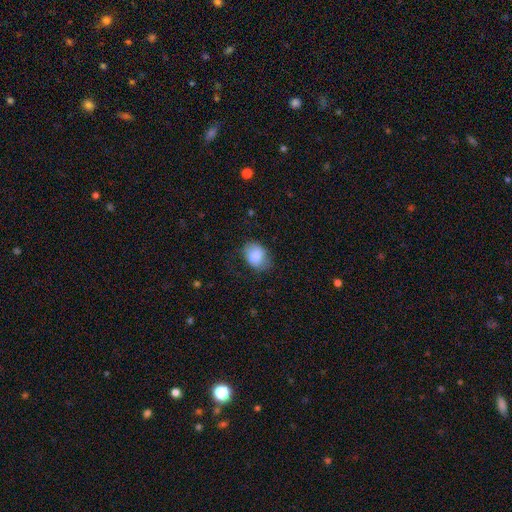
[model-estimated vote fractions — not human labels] Smooth or featured?
  - smooth: 80% *
  - featured or disk: 12%
  - star or artifact: 7%
How rounded?
  - in between: 72% *
  - round: 27%
  - cigar-shaped: 1%
Merging?
  - none: 70% *
  - minor disturbance: 22%
  - major disturbance: 7%
  - merger: 1%